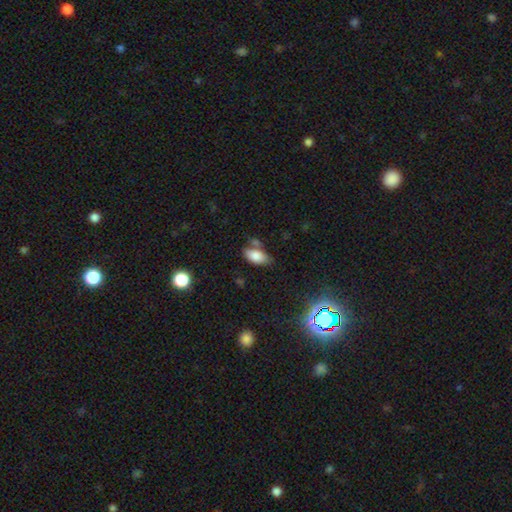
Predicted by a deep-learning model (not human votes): The model was most divided on "merging": none: 56%, minor disturbance: 21%, merger: 17%, major disturbance: 6%. More confident: how rounded — in between (91%); smooth or featured — smooth (81%).